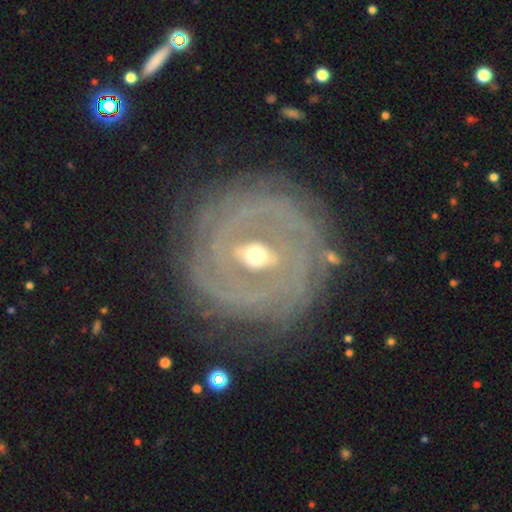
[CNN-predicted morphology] type=featured or disk (84%); edge-on=no (94%); bar=weak (40%); spiral arms=yes (78%); winding=tight (75%); arm count=can't tell (44%); bulge=moderate (49%); merging=none (75%).